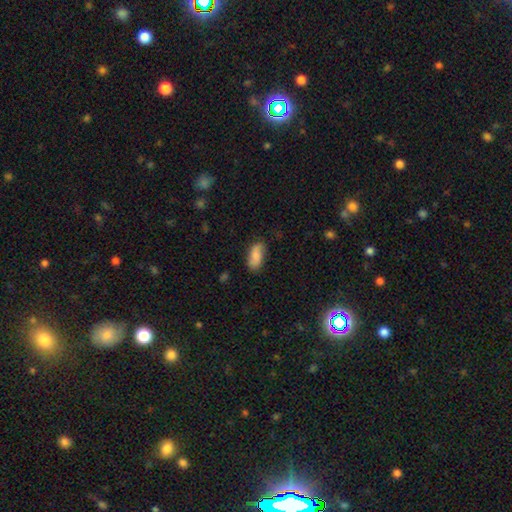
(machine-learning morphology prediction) Q: Smooth or featured?
A: smooth (81%); runner-up: featured or disk (12%)
Q: How rounded?
A: in between (88%); runner-up: cigar-shaped (9%)
Q: Merging?
A: none (78%); runner-up: minor disturbance (17%)